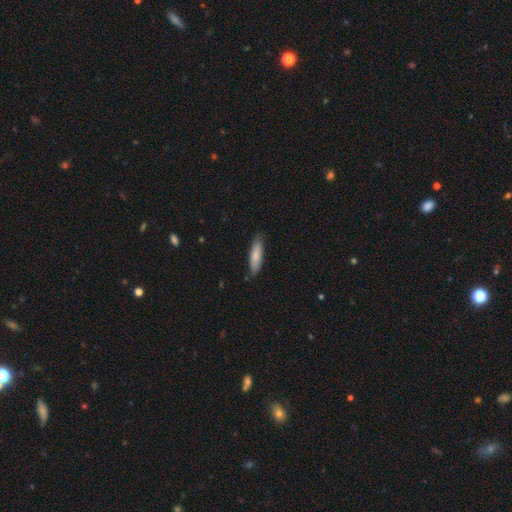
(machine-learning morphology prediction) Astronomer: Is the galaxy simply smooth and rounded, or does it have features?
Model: smooth — 79%.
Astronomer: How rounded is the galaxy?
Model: cigar-shaped — 62% (runner-up: in between, 37%).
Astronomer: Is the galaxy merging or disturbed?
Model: none — 82%.